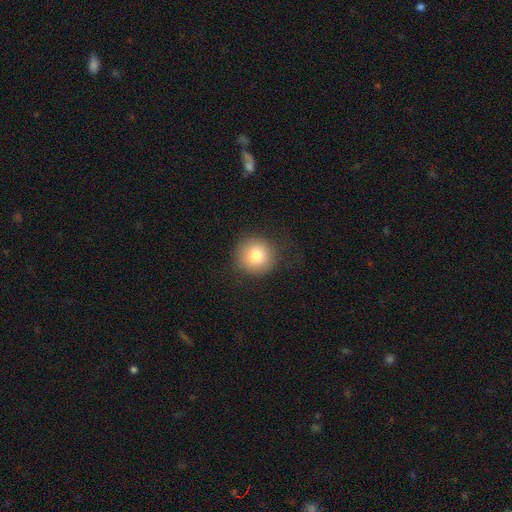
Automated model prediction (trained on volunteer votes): The model was most divided on "smooth or featured": smooth: 79%, featured or disk: 11%, star or artifact: 10%. More confident: how rounded — round (94%); merging — none (84%).